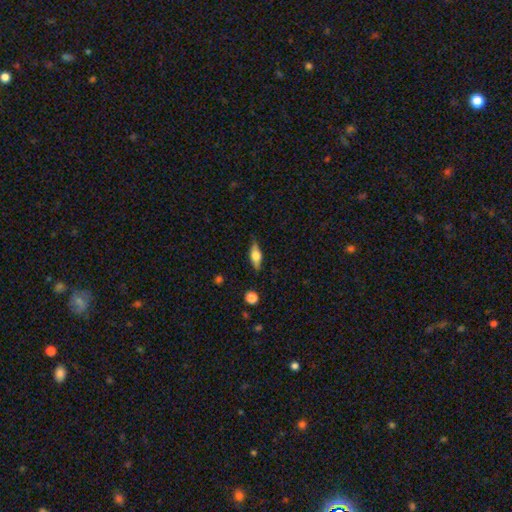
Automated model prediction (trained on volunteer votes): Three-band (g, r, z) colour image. It shows a smooth galaxy with no disk features (52%) that is in between round and cigar-shaped (62%). Merging: none (83%).